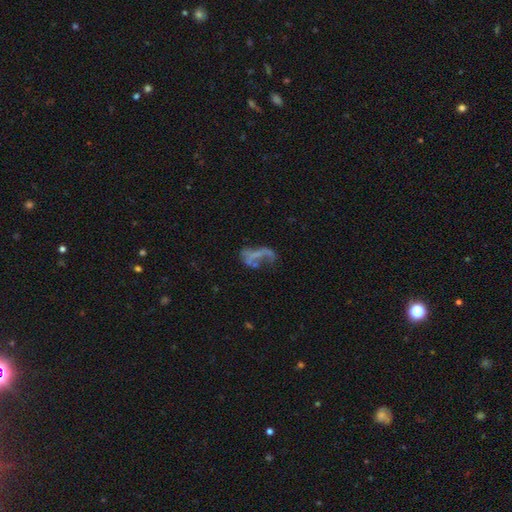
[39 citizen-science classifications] Morphology: type=featured or disk (62%); edge-on=no (100%); bar=no (54%); spiral arms=no (58%); bulge=none (67%); merging=major disturbance (53%).